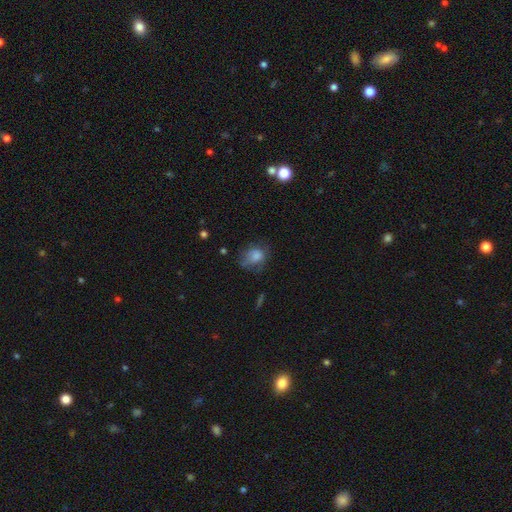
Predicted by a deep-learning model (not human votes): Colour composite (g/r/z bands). It shows a smooth galaxy with no disk features (69%) that is round (57%). Merging: none (50%).